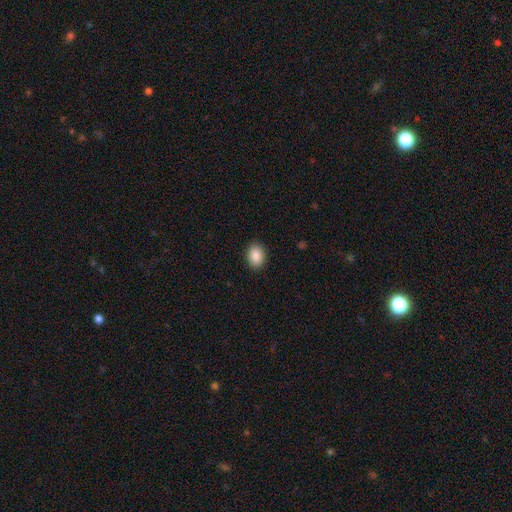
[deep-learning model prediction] A smooth galaxy with no disk features (88%) that is in between round and cigar-shaped (72%). Merging: none (90%).